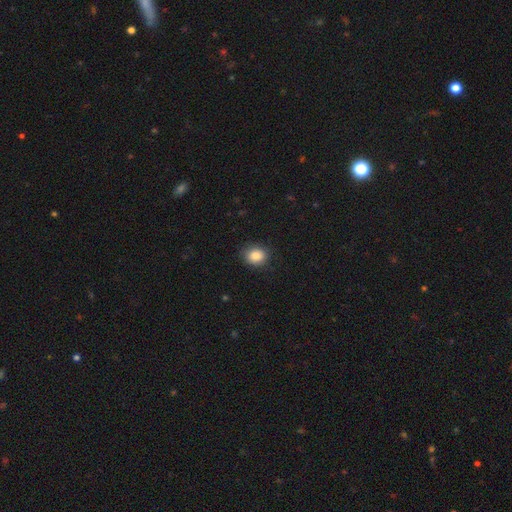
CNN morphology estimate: smooth_or_featured: smooth (p=0.87) [alt: star or artifact p=0.09]
how_rounded: round (p=0.55) [alt: in between p=0.44]
merging: none (p=0.84) [alt: minor disturbance p=0.12]